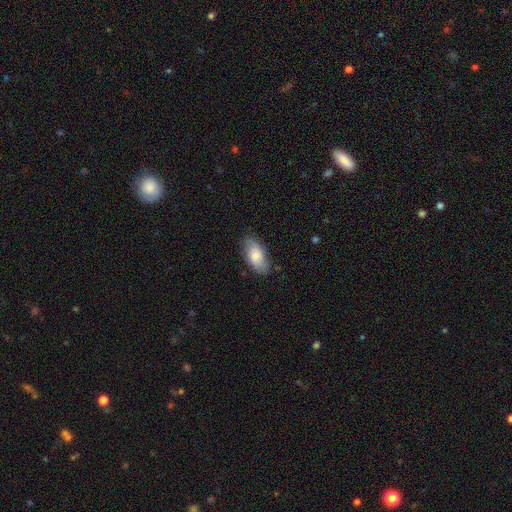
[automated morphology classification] The model was most divided on "smooth or featured": smooth: 73%, featured or disk: 21%, star or artifact: 6%. More confident: how rounded — in between (92%); merging — none (79%).